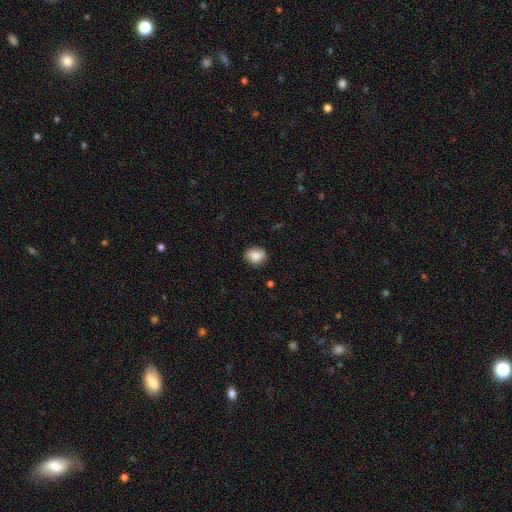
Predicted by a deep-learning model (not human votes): Morphology: type=smooth (86%); roundness=round (51%); merging=none (81%).